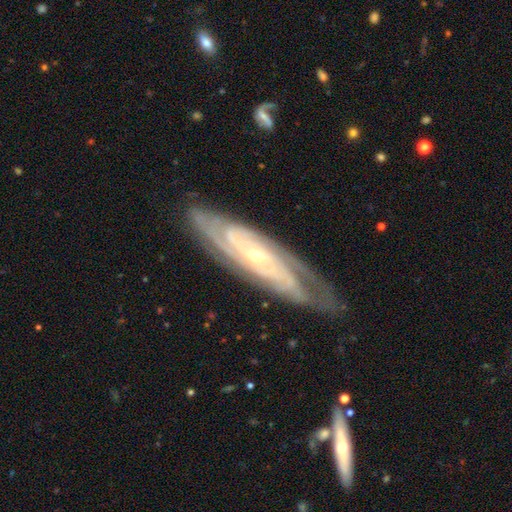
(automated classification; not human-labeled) A featured or disk galaxy (87%) with no bar (64%), tight (74%) spiral arms (97%) and a small central bulge (77%). Merging: none (78%).